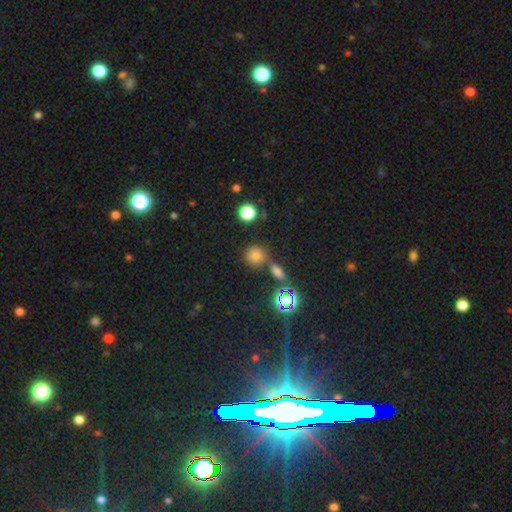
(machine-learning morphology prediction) A smooth galaxy with no disk features (68%) that is round (89%).

Vote fractions:
- Smooth or featured? smooth: 68% / star or artifact: 24% / featured or disk: 8%
- How rounded? round: 89% / in between: 10% / cigar-shaped: 2%
- Merging? none: 66% / merger: 21% / minor disturbance: 9% / major disturbance: 4%